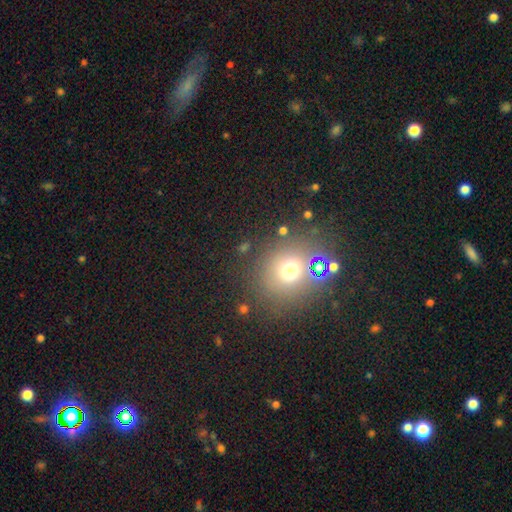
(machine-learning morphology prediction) Smooth or featured: smooth — 54% (star or artifact — 36%)
How rounded: round — 83% (in between — 15%)
Merging: none — 80% (minor disturbance — 8%)